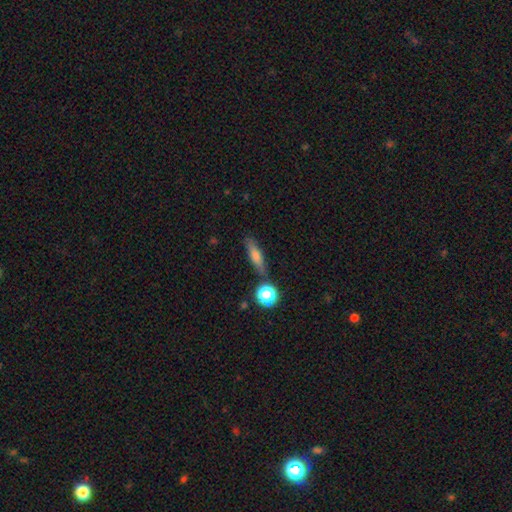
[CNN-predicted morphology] A smooth galaxy with no disk features (55%) that is cigar-shaped (68%).

Vote fractions:
- Smooth or featured? smooth: 55% / featured or disk: 33% / star or artifact: 13%
- How rounded? cigar-shaped: 68% / in between: 25% / round: 7%
- Merging? none: 79% / minor disturbance: 11% / merger: 6% / major disturbance: 3%